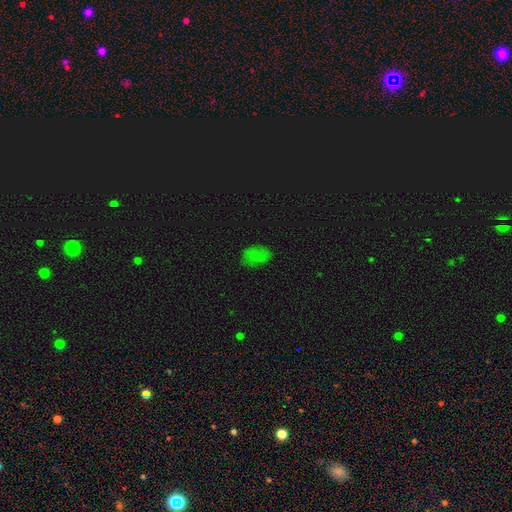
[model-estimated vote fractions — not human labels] Smooth or featured: smooth — 68% (star or artifact — 16%)
How rounded: in between — 82% (round — 16%)
Merging: none — 72% (minor disturbance — 21%)